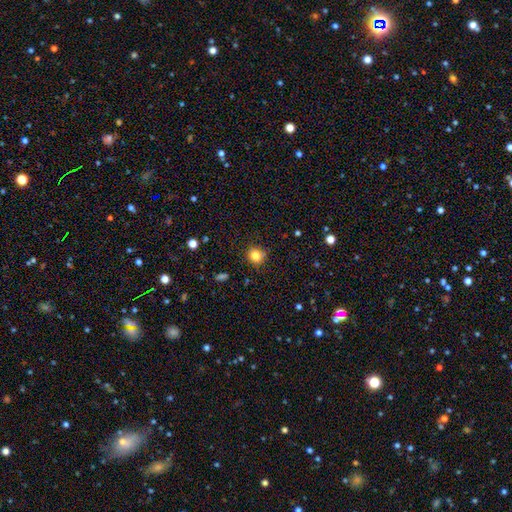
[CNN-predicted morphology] A smooth galaxy with no disk features (81%) that is round (86%).

Vote fractions:
- Smooth or featured? smooth: 81% / star or artifact: 12% / featured or disk: 6%
- How rounded? round: 86% / in between: 13% / cigar-shaped: 1%
- Merging? none: 83% / minor disturbance: 11% / merger: 4% / major disturbance: 3%